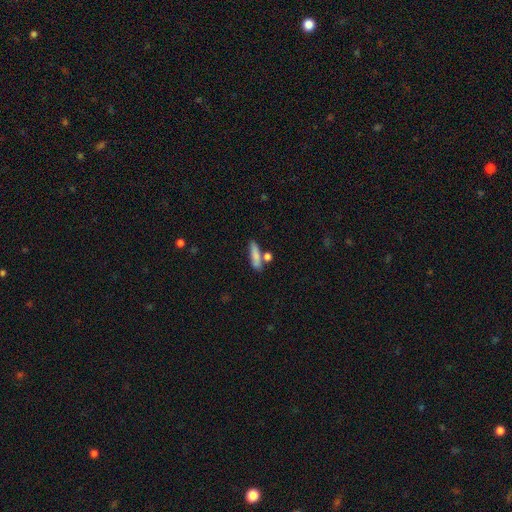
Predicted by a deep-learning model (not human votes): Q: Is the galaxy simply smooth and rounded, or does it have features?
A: smooth — 81%.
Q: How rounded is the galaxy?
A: cigar-shaped — 65%.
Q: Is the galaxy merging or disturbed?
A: none — 65%.